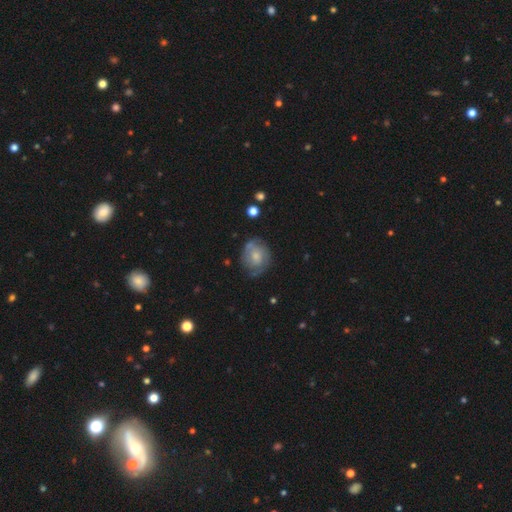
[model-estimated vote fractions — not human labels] A featured or disk galaxy (52%) with no bar (74%), spiral arms (70%) and a moderate central bulge (46%). Merging: none (64%).